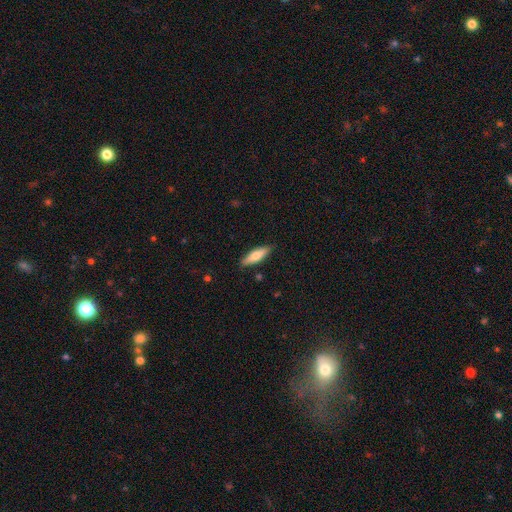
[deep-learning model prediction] Smooth or featured? smooth (68%)
How rounded? cigar-shaped (53%)
Merging? none (87%)